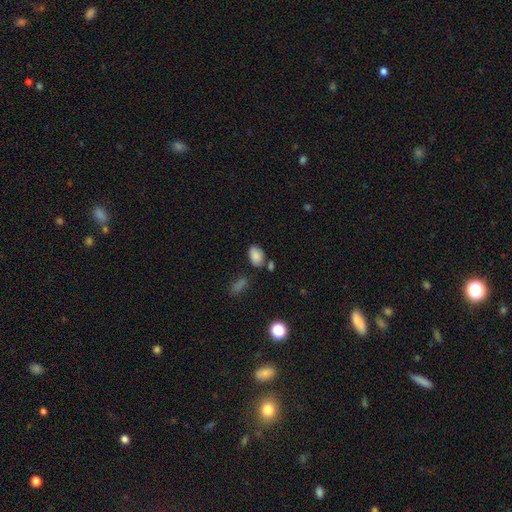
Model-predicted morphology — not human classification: smooth 85%, star or artifact 9%, featured or disk 6%. Down the decision tree: how rounded — in between (90%); merging — none (67%).